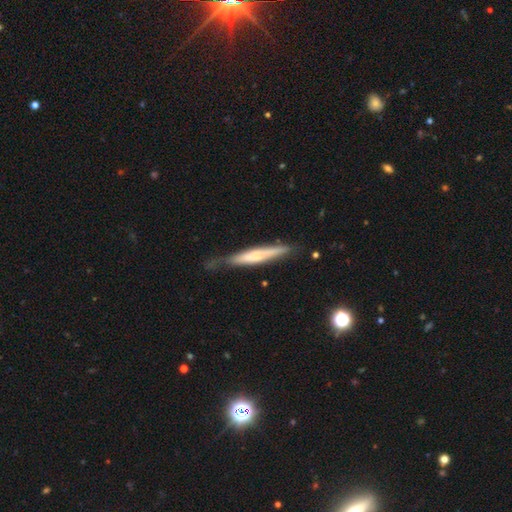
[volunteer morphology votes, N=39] This appears to be a featured or disk galaxy (51%) viewed edge-on (85%) with a rounded central bulge (53%). Merging: none (40%, tied with minor disturbance).